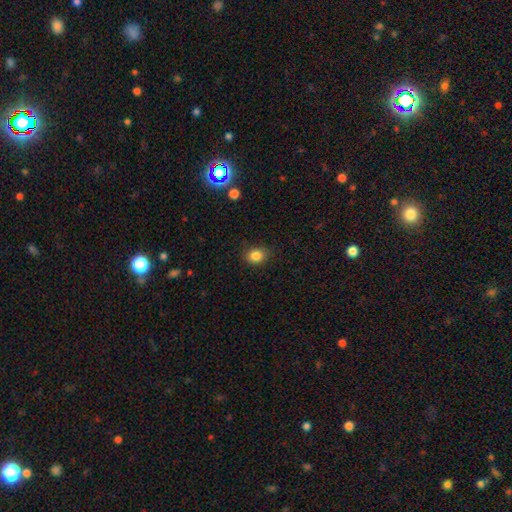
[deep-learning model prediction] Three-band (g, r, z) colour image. It shows a smooth galaxy with no disk features (85%) that is round (54%). Merging: none (84%).